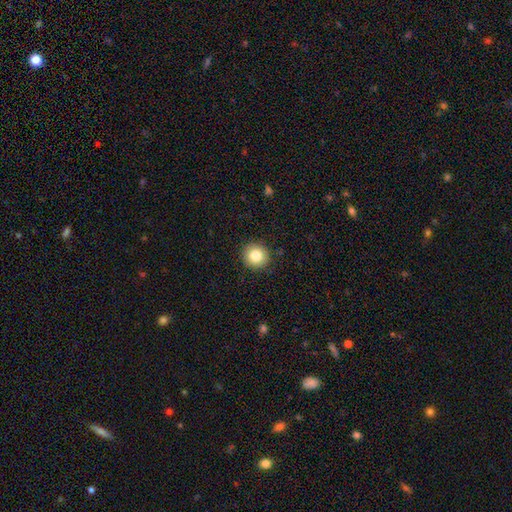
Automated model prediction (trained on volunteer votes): The model was most divided on "smooth or featured": smooth: 81%, star or artifact: 11%, featured or disk: 8%. More confident: how rounded — round (94%); merging — none (91%).